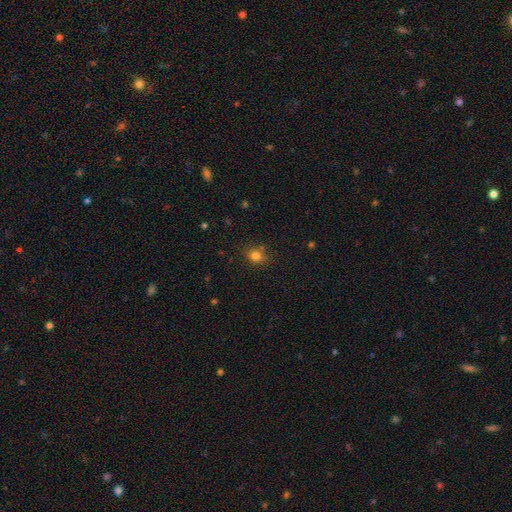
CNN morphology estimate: Smooth or featured: smooth — 78% (star or artifact — 15%)
How rounded: round — 61% (in between — 38%)
Merging: none — 76% (minor disturbance — 14%)